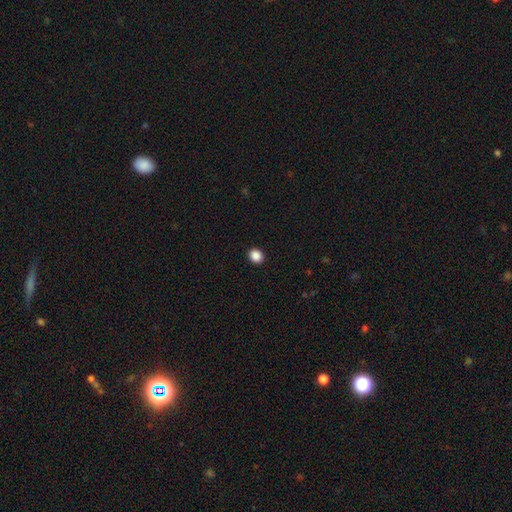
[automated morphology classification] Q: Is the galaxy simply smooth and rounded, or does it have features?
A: smooth — 89%.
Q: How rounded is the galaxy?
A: round — 74%.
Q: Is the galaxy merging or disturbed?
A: none — 93%.